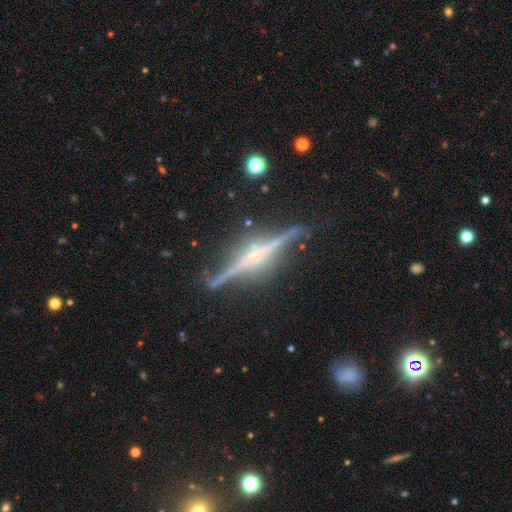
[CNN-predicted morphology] The model was most divided on "edge-on bulge": rounded: 70%, boxy: 16%, none: 14%. More confident: edge-on disk — yes (98%); smooth or featured — featured or disk (89%); merging — none (84%).